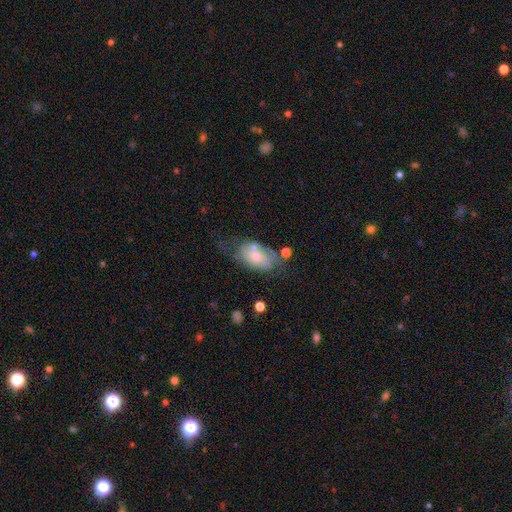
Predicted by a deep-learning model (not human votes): Morphology: type=smooth (56%); roundness=in between (90%); merging=none (36%).